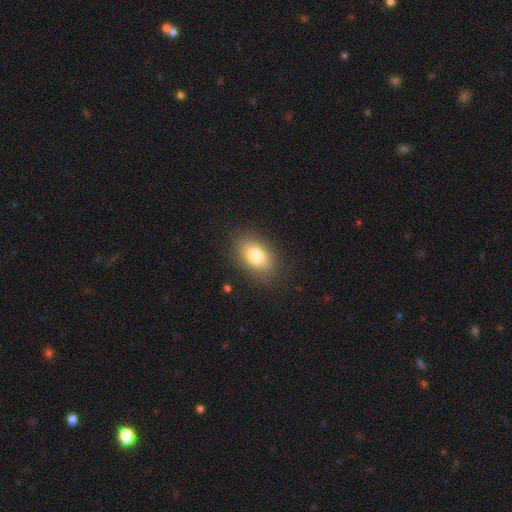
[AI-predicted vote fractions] The model was most divided on "smooth or featured": smooth: 81%, featured or disk: 10%, star or artifact: 9%. More confident: merging — none (85%); how rounded — in between (85%).